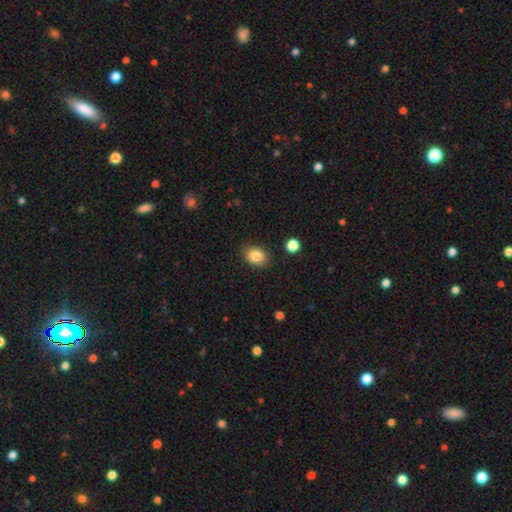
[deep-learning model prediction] A smooth galaxy with no disk features (85%) that is in between round and cigar-shaped (60%).

Vote fractions:
- Smooth or featured? smooth: 85% / star or artifact: 9% / featured or disk: 6%
- How rounded? in between: 60% / round: 39% / cigar-shaped: 1%
- Merging? none: 87% / minor disturbance: 9% / major disturbance: 2% / merger: 2%